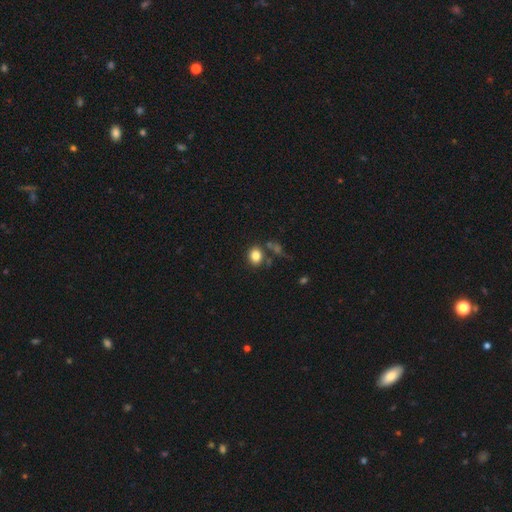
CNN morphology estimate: This appears to be a smooth galaxy with no disk features (83%) that is round (56%). Merging: none (74%).